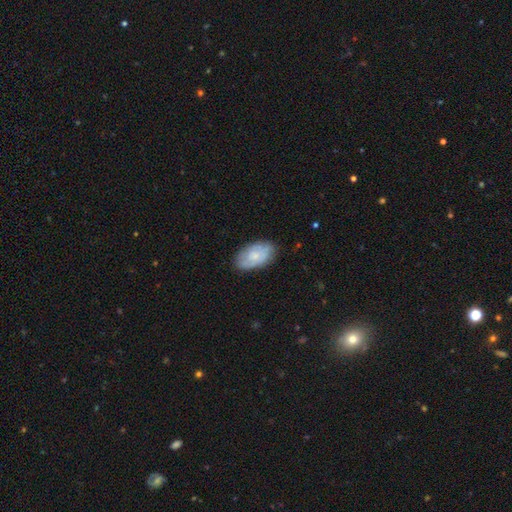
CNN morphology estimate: A smooth galaxy with no disk features (53%) that is in between round and cigar-shaped (93%). Merging: none (77%).